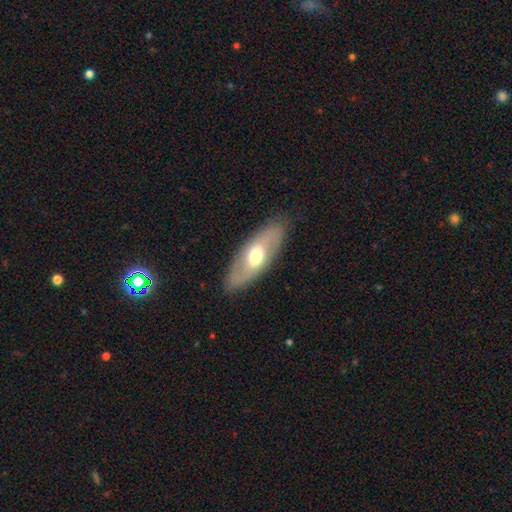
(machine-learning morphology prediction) This appears to be a featured or disk galaxy (49%). Merging: none (85%).